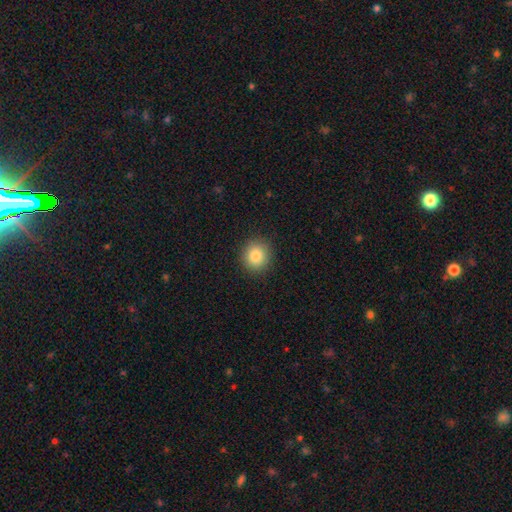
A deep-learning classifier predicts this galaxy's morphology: Smooth or featured?
  - smooth: 84% *
  - star or artifact: 10%
  - featured or disk: 6%
How rounded?
  - round: 87% *
  - in between: 12%
  - cigar-shaped: 1%
Merging?
  - none: 90% *
  - minor disturbance: 7%
  - major disturbance: 2%
  - merger: 1%